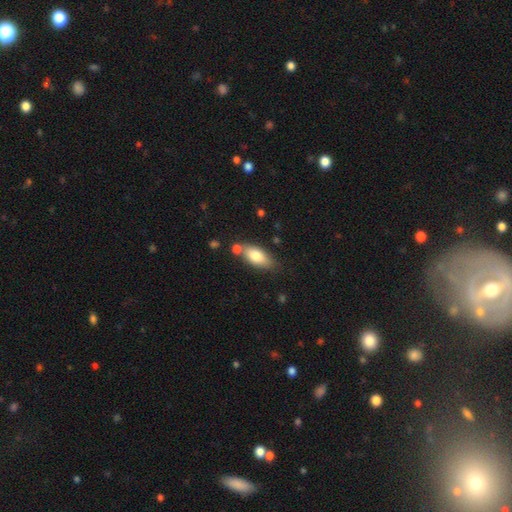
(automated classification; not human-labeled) Q: Smooth or featured?
A: smooth (77%); runner-up: featured or disk (16%)
Q: How rounded?
A: in between (85%); runner-up: cigar-shaped (12%)
Q: Merging?
A: none (64%); runner-up: minor disturbance (17%)